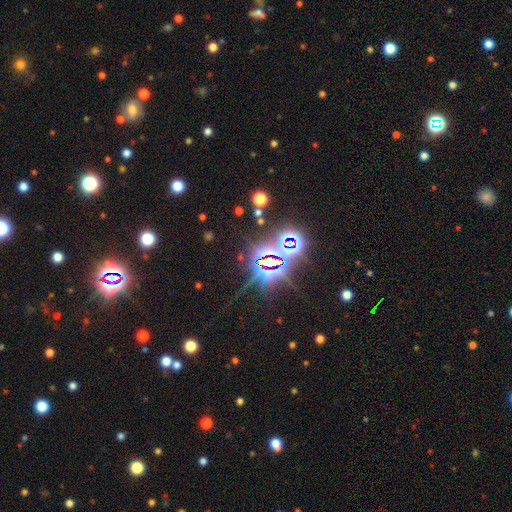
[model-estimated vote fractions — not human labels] Q: Smooth or featured?
A: star or artifact (81%); runner-up: smooth (11%)